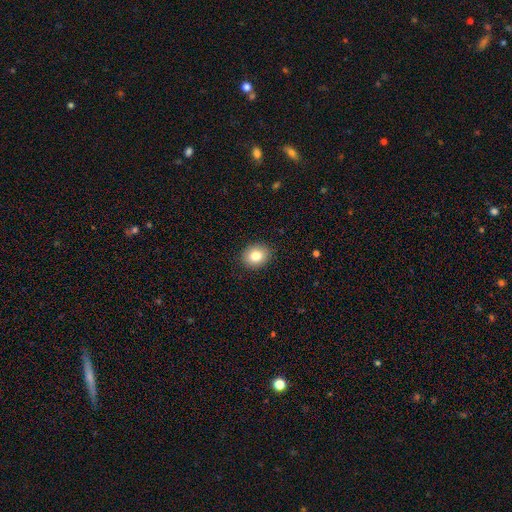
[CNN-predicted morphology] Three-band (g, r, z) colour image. It shows a smooth galaxy with no disk features (81%) that is round (62%). Merging: none (90%).